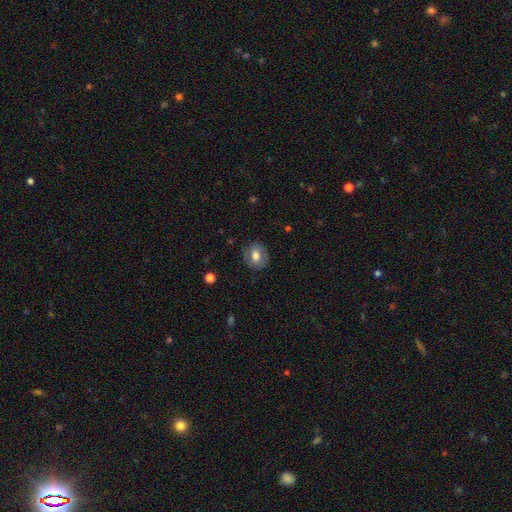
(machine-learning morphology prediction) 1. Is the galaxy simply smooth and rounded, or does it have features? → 72% smooth, 19% featured or disk, 8% star or artifact.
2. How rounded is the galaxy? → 65% round, 34% in between, 1% cigar-shaped.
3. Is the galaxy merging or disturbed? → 84% none, 12% minor disturbance, 3% major disturbance, 1% merger.